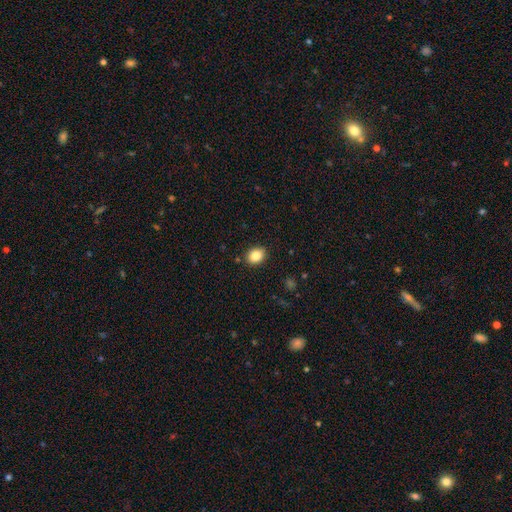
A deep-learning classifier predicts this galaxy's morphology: smooth_or_featured: smooth (p=0.84) [alt: star or artifact p=0.09]
how_rounded: in between (p=0.58) [alt: round p=0.41]
merging: none (p=0.88) [alt: minor disturbance p=0.08]